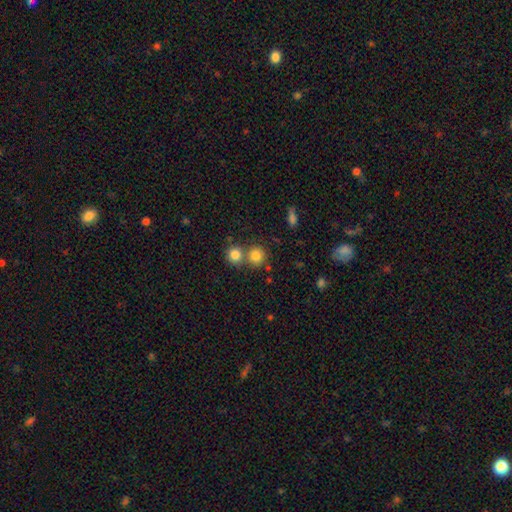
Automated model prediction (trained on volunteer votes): The model was most divided on "merging": none: 57%, merger: 34%, minor disturbance: 6%, major disturbance: 3%. More confident: how rounded — round (89%); smooth or featured — smooth (82%).